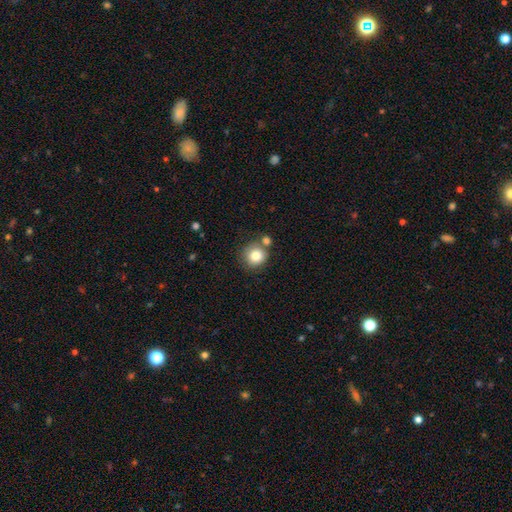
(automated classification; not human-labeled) This appears to be a smooth galaxy with no disk features (82%) that is round (89%). Merging: none (65%).